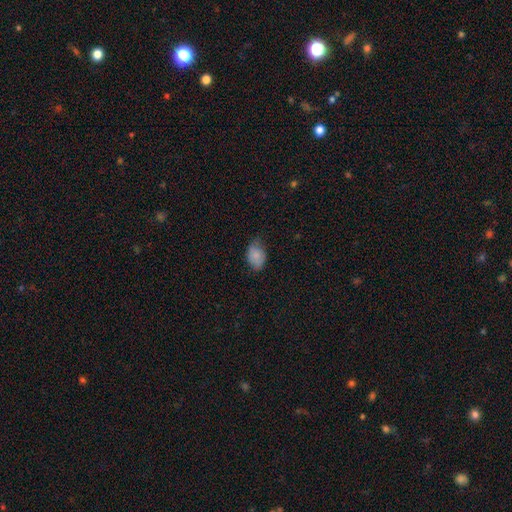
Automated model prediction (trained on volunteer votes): smooth 83%, featured or disk 10%, star or artifact 7%. Down the decision tree: how rounded — in between (86%); merging — none (62%).